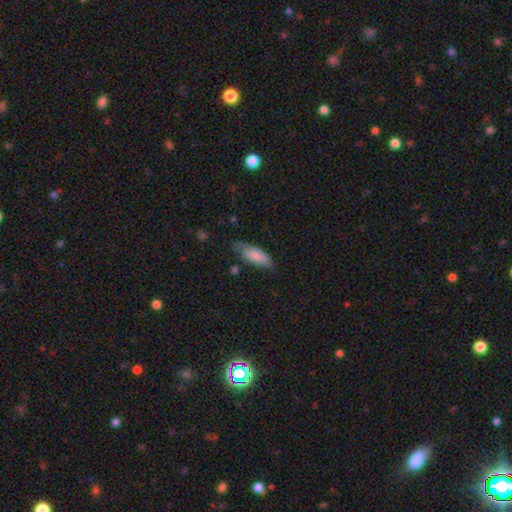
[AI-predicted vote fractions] This is likely a smooth galaxy (77%). How rounded: likely in between (77%). Merging: possibly none (49%).